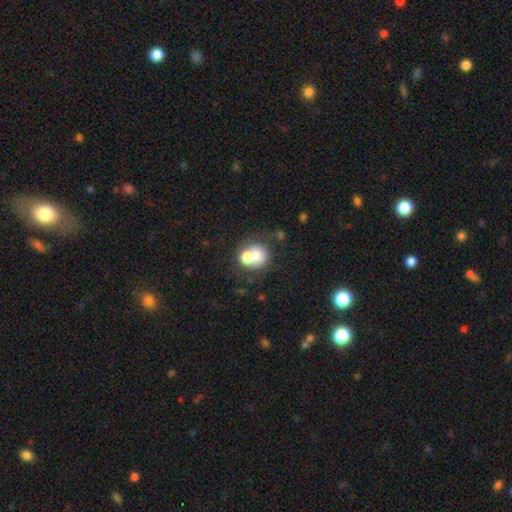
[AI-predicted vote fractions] Smooth or featured? Predicted: smooth (p=0.66). How rounded? Predicted: round (p=0.78). Merging? Predicted: merger (p=0.52).